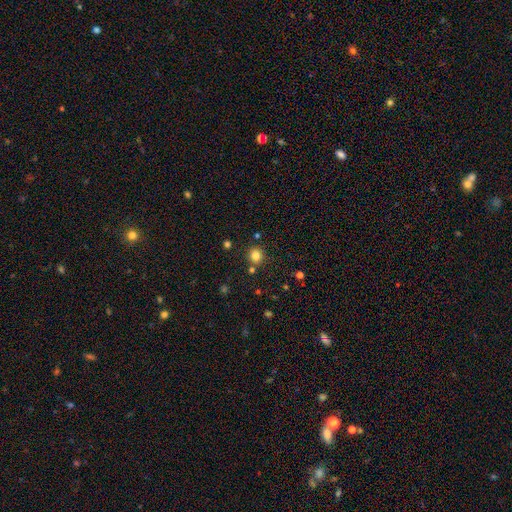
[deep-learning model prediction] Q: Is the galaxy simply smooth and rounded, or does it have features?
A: smooth — 81%.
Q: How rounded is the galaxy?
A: round — 88%.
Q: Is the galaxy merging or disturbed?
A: none — 83%.